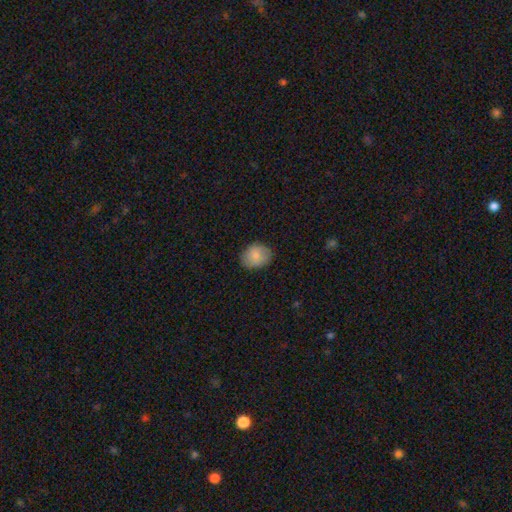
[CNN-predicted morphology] Smooth or featured: smooth — 82% (featured or disk — 10%)
How rounded: in between — 52% (round — 47%)
Merging: none — 82% (minor disturbance — 14%)